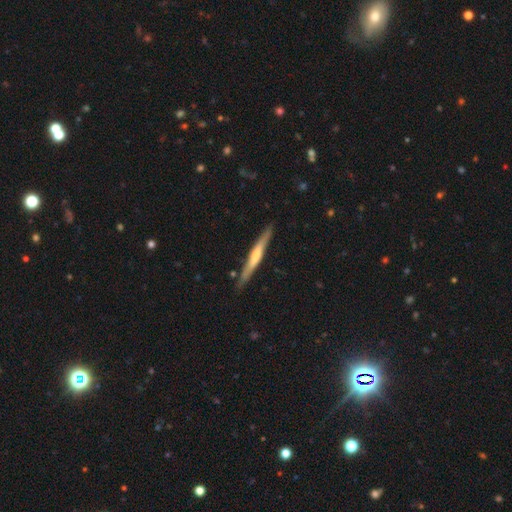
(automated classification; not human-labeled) smooth-or-featured: featured or disk: 52% | smooth: 43% | star or artifact: 5%
  disk-edge-on: yes: 96% | no: 4%
  merging: none: 85% | minor disturbance: 11% | merger: 2% | major disturbance: 2%